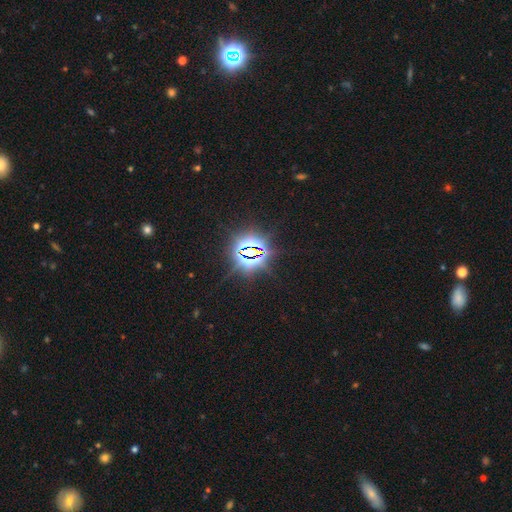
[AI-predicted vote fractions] Morphology: type=star or artifact (84%).